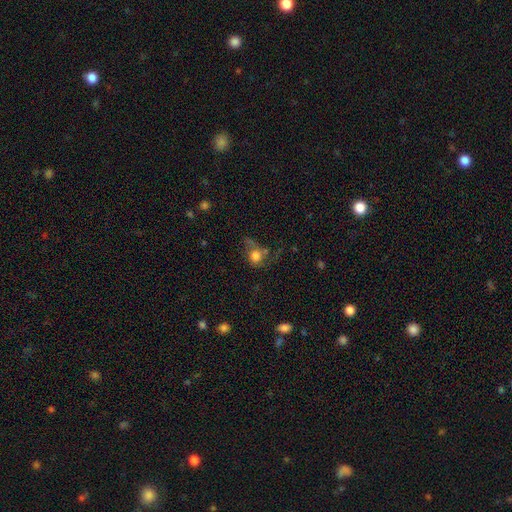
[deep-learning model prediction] Smooth or featured: smooth — 66% (featured or disk — 22%)
How rounded: round — 72% (in between — 26%)
Merging: none — 34% (major disturbance — 33%)